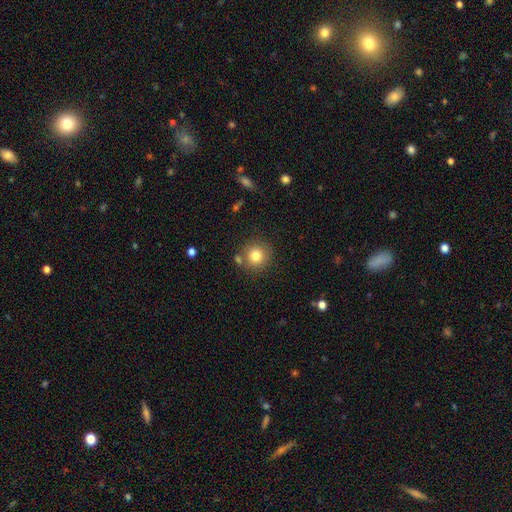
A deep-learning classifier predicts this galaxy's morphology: Smooth or featured?
  - smooth: 80% *
  - star or artifact: 11%
  - featured or disk: 9%
How rounded?
  - round: 92% *
  - in between: 8%
  - cigar-shaped: 1%
Merging?
  - none: 77% *
  - minor disturbance: 10%
  - merger: 9%
  - major disturbance: 3%